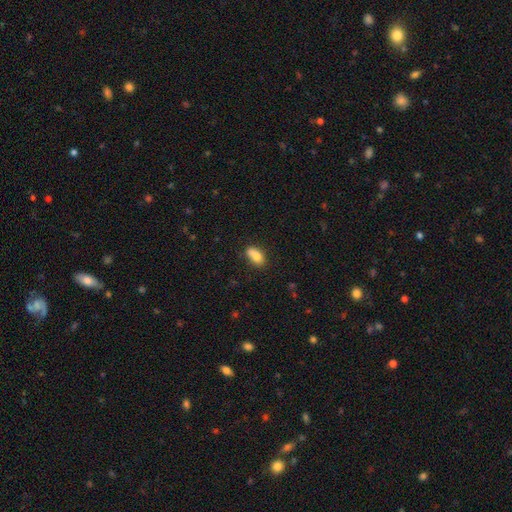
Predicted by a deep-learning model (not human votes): This is clearly a smooth galaxy (81%). How rounded: clearly in between (87%). Merging: likely none (61%).